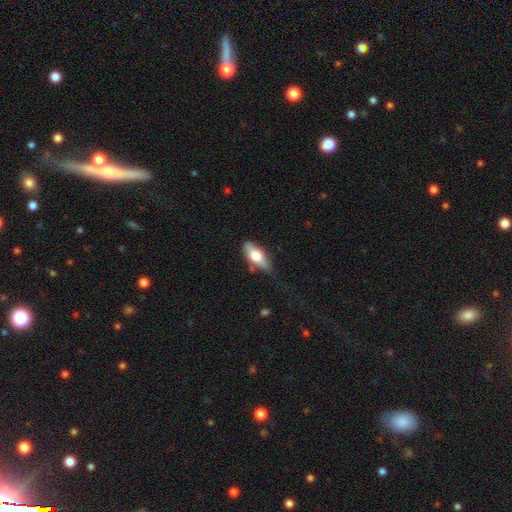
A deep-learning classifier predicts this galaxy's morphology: This is likely a smooth galaxy (65%). How rounded: likely in between (77%). Merging: likely none (60%).